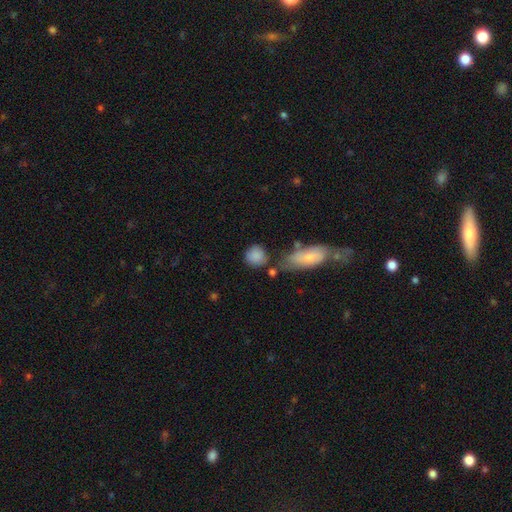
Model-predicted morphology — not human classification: This is clearly a smooth galaxy (85%). How rounded: clearly round (80%). Merging: likely none (64%).